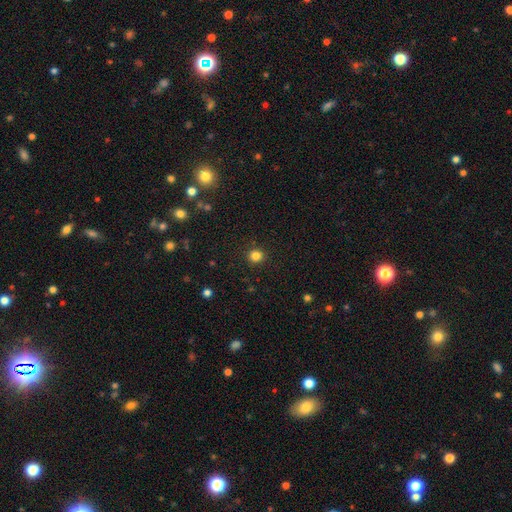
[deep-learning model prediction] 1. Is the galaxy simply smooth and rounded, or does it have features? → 83% smooth, 13% star or artifact, 4% featured or disk.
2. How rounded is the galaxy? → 87% round, 12% in between, 1% cigar-shaped.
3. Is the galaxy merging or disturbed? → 91% none, 6% minor disturbance, 2% major disturbance, 1% merger.